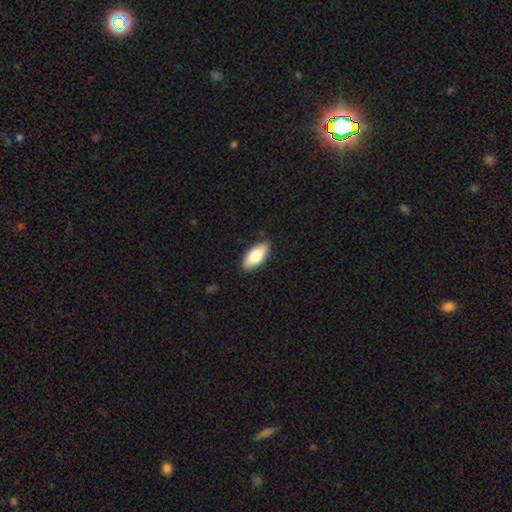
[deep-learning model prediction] Smooth or featured? smooth (78%)
How rounded? in between (89%)
Merging? none (85%)